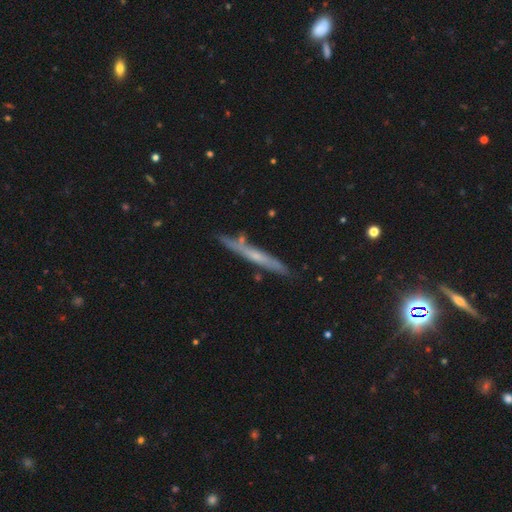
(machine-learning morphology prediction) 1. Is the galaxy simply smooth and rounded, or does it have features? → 58% featured or disk, 35% smooth, 7% star or artifact.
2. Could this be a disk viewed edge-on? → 90% yes, 10% no.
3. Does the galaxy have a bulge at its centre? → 61% none, 35% rounded, 5% boxy.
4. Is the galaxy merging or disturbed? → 78% none, 15% minor disturbance, 4% merger, 3% major disturbance.